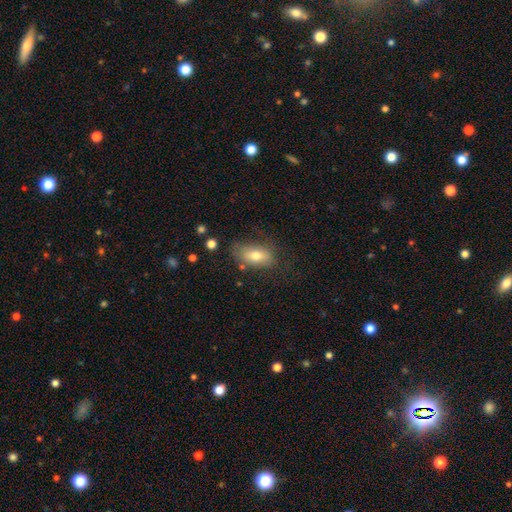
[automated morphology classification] smooth 71%, featured or disk 21%, star or artifact 9%. Down the decision tree: how rounded — in between (88%); merging — none (63%).